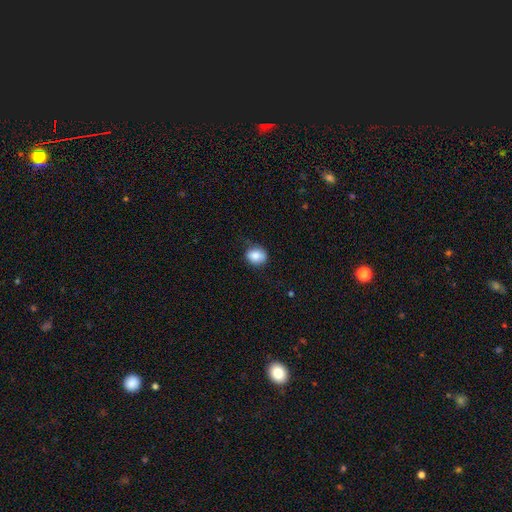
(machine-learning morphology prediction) Q: Smooth or featured?
A: smooth (81%); runner-up: featured or disk (10%)
Q: How rounded?
A: round (56%); runner-up: in between (43%)
Q: Merging?
A: none (65%); runner-up: minor disturbance (27%)